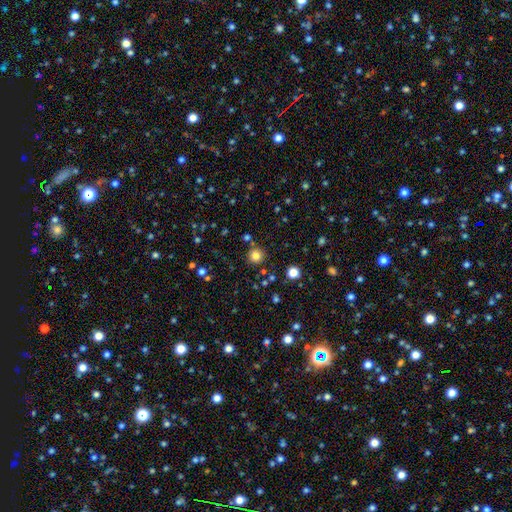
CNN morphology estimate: Smooth or featured?
  - smooth: 81% *
  - star or artifact: 14%
  - featured or disk: 6%
How rounded?
  - round: 94% *
  - in between: 5%
  - cigar-shaped: 1%
Merging?
  - none: 86% *
  - minor disturbance: 7%
  - merger: 5%
  - major disturbance: 3%